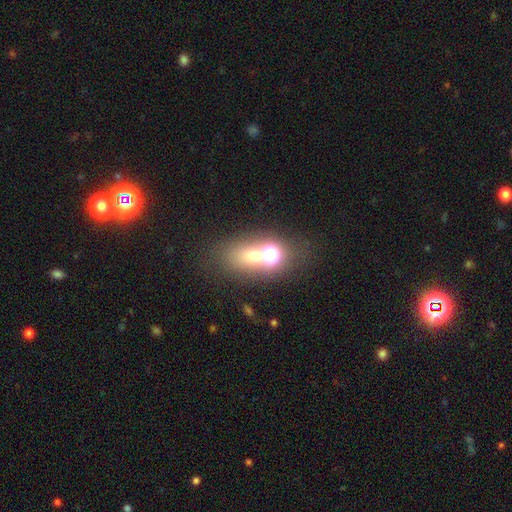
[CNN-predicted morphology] Smooth or featured? smooth (51%)
How rounded? in between (59%)
Merging? none (50%)